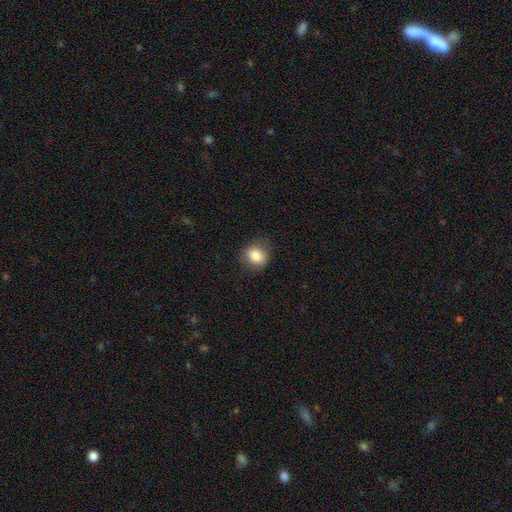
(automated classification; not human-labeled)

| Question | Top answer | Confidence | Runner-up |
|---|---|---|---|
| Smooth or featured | smooth | 83% | star or artifact (9%) |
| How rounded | round | 61% | in between (38%) |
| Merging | none | 76% | minor disturbance (17%) |